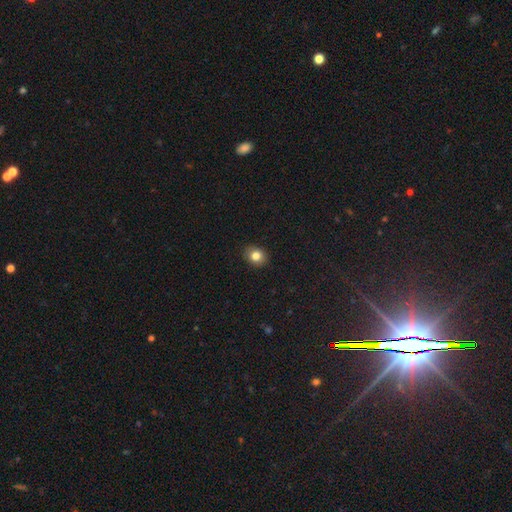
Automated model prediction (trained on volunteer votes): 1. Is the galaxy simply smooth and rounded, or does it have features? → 82% smooth, 11% star or artifact, 7% featured or disk.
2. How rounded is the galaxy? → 58% round, 41% in between, 1% cigar-shaped.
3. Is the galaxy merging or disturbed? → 90% none, 8% minor disturbance, 2% major disturbance, 1% merger.